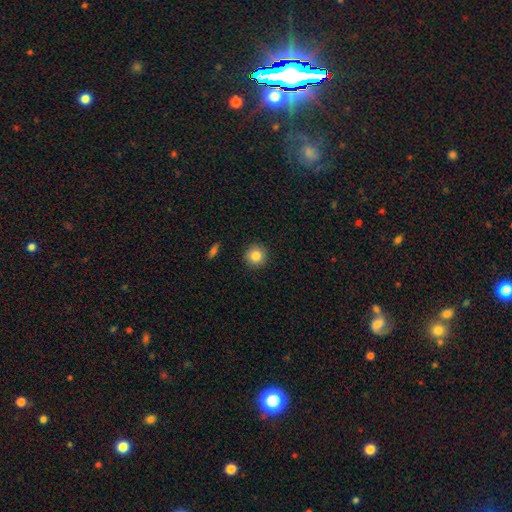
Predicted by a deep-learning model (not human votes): Smooth or featured: smooth — 84% (star or artifact — 10%)
How rounded: round — 94% (in between — 5%)
Merging: none — 92% (minor disturbance — 6%)